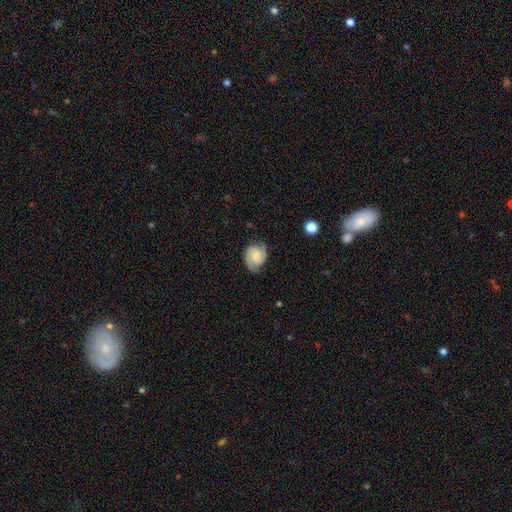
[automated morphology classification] smooth-or-featured: featured or disk: 82% | smooth: 12% | star or artifact: 6%
  disk-edge-on: no: 98% | yes: 2%
    bar: no: 54% | weak: 37% | strong: 8%
    has-spiral-arms: yes: 98% | no: 2%
      spiral-winding: tight: 50% | medium: 42% | loose: 8%
      spiral-arm-count: 2: 91% | can't tell: 3% | 3: 2% | 1: 2% | 4: 1% | more than 4: 1%
    bulge-size: small: 40% | moderate: 34% | none: 20% | large: 5% | dominant: 1%
  merging: none: 80% | minor disturbance: 15% | major disturbance: 4% | merger: 1%